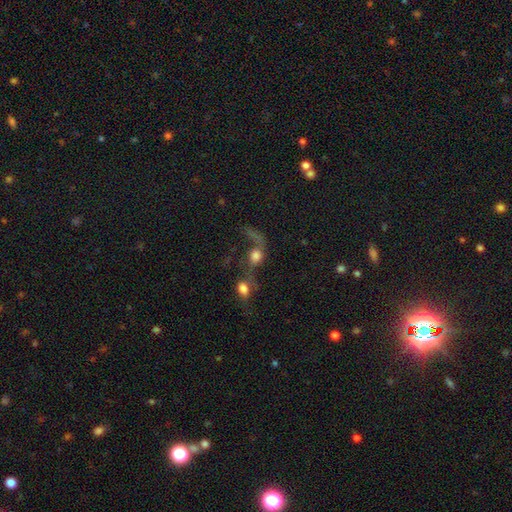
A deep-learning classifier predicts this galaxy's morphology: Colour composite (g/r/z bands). It shows a smooth galaxy with no disk features (50%) that is round (57%). Merging: merger (52%).